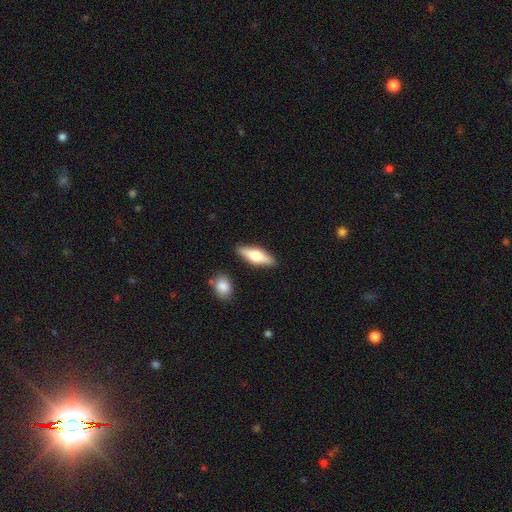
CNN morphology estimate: Smooth or featured? Predicted: smooth (p=0.50). How rounded? Predicted: in between (p=0.53). Merging? Predicted: none (p=0.87).